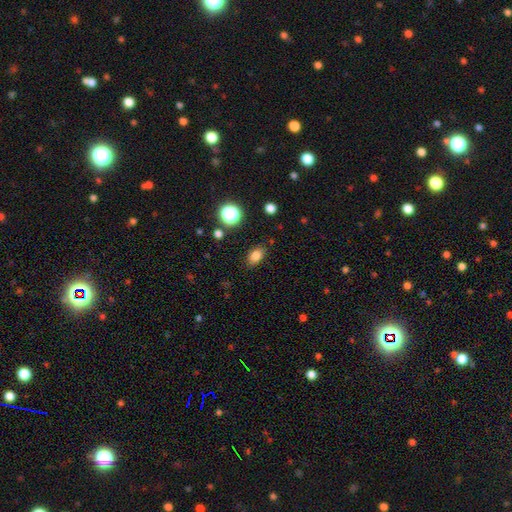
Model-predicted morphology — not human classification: Overall: smooth (81%). How rounded: in between (79%). Merging: none (85%).